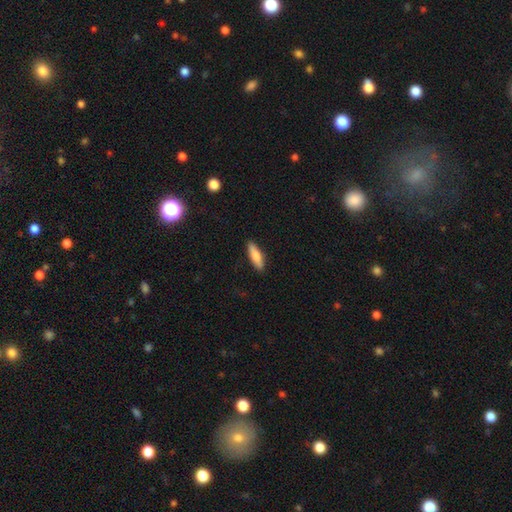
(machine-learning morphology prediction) This appears to be a smooth galaxy with no disk features (76%) that is cigar-shaped (60%). Merging: none (89%).